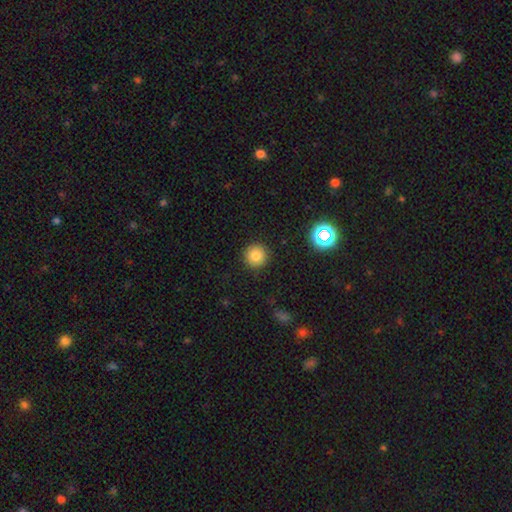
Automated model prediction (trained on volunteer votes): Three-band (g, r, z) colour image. It shows a smooth galaxy with no disk features (80%) that is round (96%). Merging: none (91%).